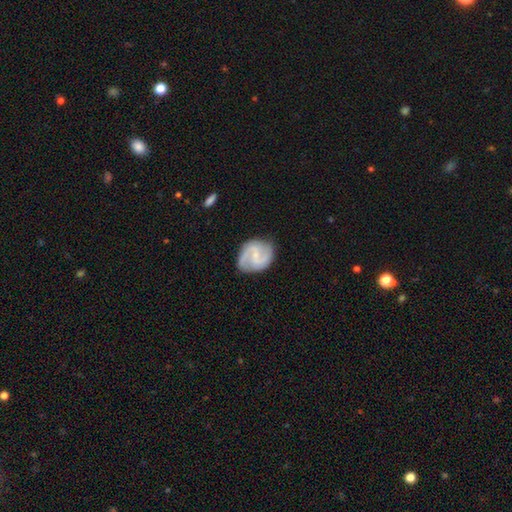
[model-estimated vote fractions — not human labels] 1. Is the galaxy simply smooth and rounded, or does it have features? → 80% featured or disk, 15% smooth, 5% star or artifact.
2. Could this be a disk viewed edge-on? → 98% no, 2% yes.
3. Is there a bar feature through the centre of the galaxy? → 55% weak, 27% no, 17% strong.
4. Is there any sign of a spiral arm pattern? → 96% yes, 4% no.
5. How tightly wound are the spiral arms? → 55% medium, 24% loose, 21% tight.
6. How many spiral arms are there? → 89% 2, 4% can't tell, 3% 3, 2% 1, 1% 4, 1% more than 4.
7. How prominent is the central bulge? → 61% small, 19% none, 18% moderate, 1% large, 1% dominant.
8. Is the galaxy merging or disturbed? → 79% none, 15% minor disturbance, 4% major disturbance, 1% merger.